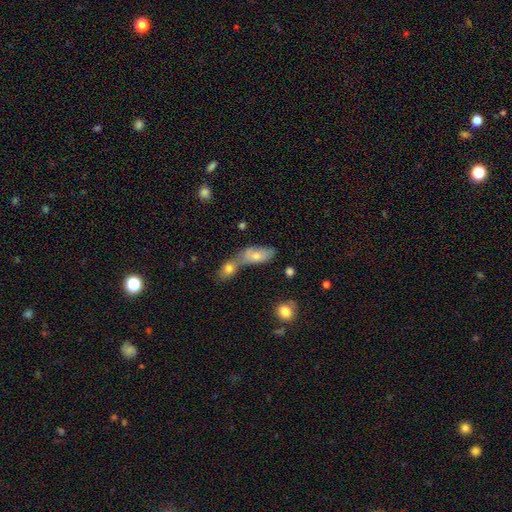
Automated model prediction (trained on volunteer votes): Smooth or featured: smooth — 63% (featured or disk — 28%)
How rounded: in between — 79% (cigar-shaped — 14%)
Merging: merger — 56% (none — 28%)